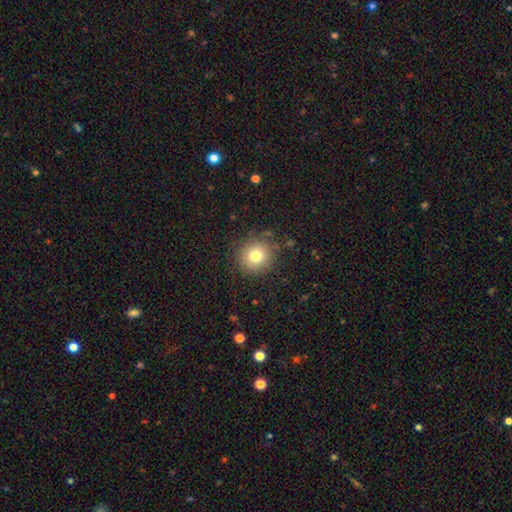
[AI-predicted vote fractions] Smooth or featured? smooth (77%)
How rounded? round (91%)
Merging? none (87%)